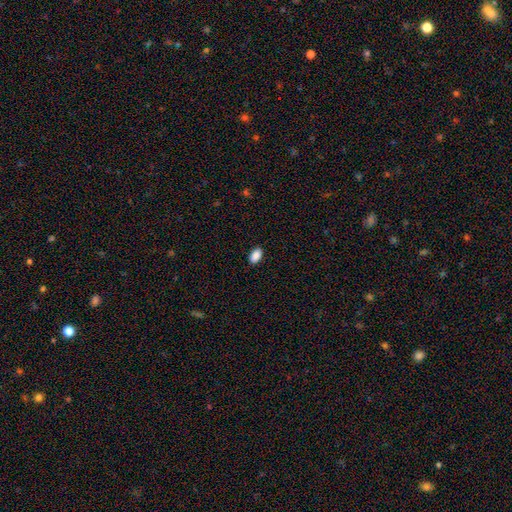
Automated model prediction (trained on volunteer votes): This is clearly a smooth galaxy (90%). How rounded: clearly in between (93%). Merging: clearly none (89%).